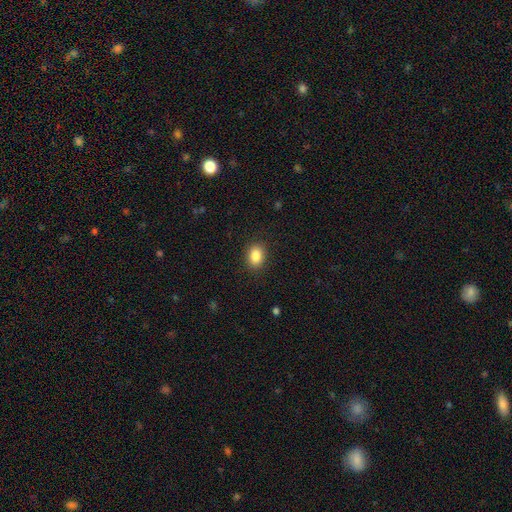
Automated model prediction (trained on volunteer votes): Smooth or featured? Predicted: smooth (p=0.87). How rounded? Predicted: in between (p=0.69). Merging? Predicted: none (p=0.88).